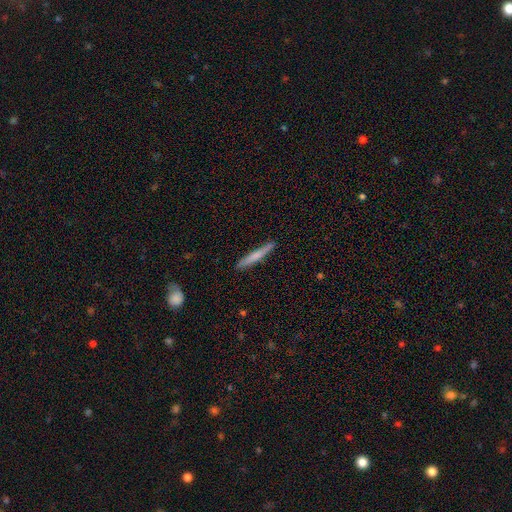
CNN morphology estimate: Smooth or featured: smooth — 63% (featured or disk — 31%)
How rounded: cigar-shaped — 95% (in between — 3%)
Merging: none — 89% (minor disturbance — 8%)